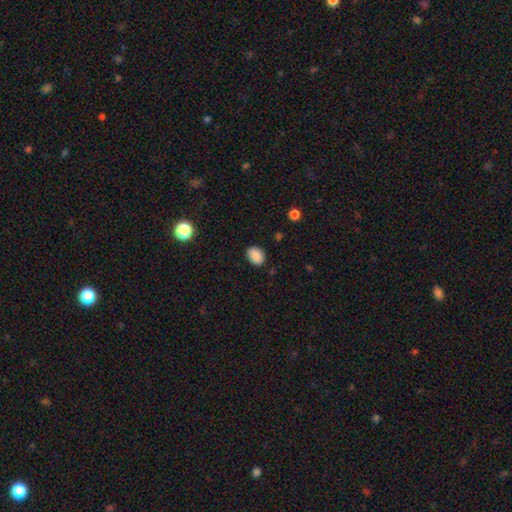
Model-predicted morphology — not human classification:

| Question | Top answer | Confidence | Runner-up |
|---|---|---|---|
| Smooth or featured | smooth | 87% | star or artifact (9%) |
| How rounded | in between | 68% | round (31%) |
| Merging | none | 86% | minor disturbance (11%) |